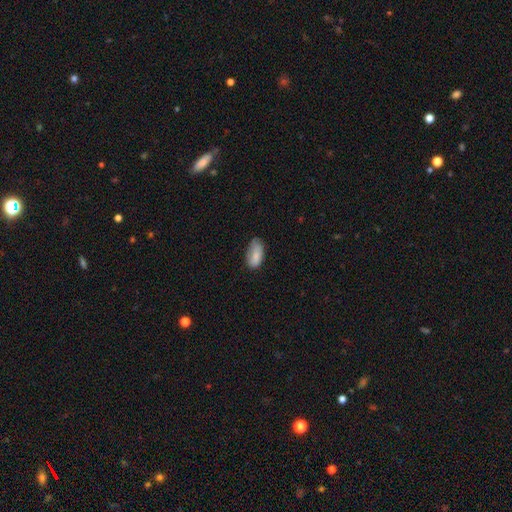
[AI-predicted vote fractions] The model was most divided on "merging": none: 56%, minor disturbance: 35%, major disturbance: 8%, merger: 2%. More confident: how rounded — in between (92%); smooth or featured — smooth (82%).